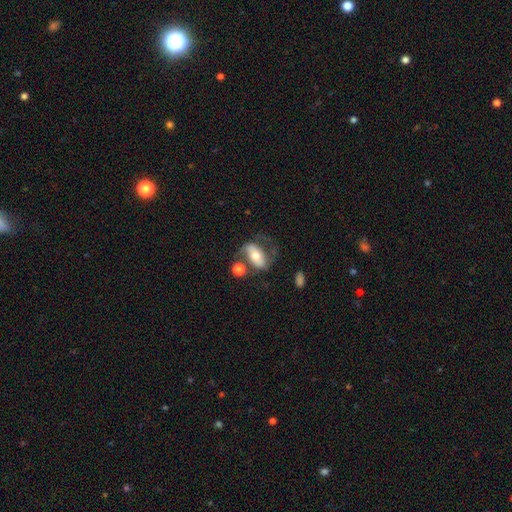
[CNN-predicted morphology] A featured or disk galaxy (63%) with a strong bar (39%), spiral arms (77%) and a moderate central bulge (64%). Merging: none (45%).